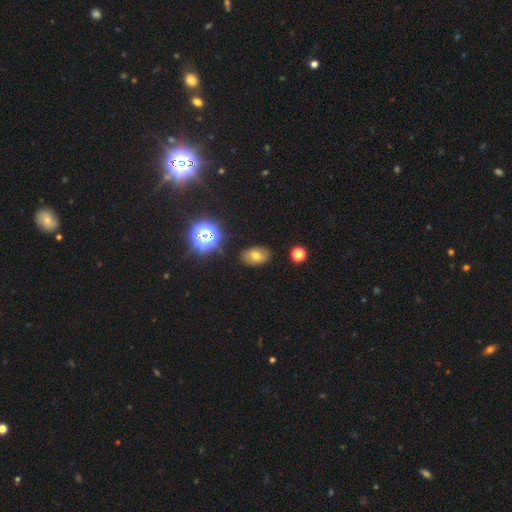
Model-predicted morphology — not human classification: This appears to be a smooth galaxy with no disk features (68%) that is in between round and cigar-shaped (83%). Merging: none (85%).